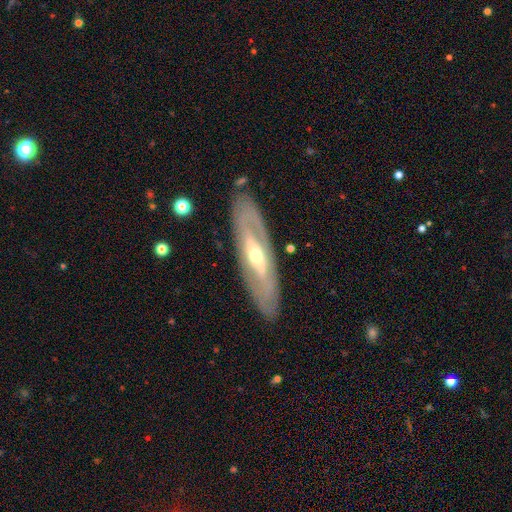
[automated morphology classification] This appears to be a featured or disk galaxy (76%) with no bar (46%), spiral arms (51%) and a moderate central bulge (50%). Merging: none (85%).